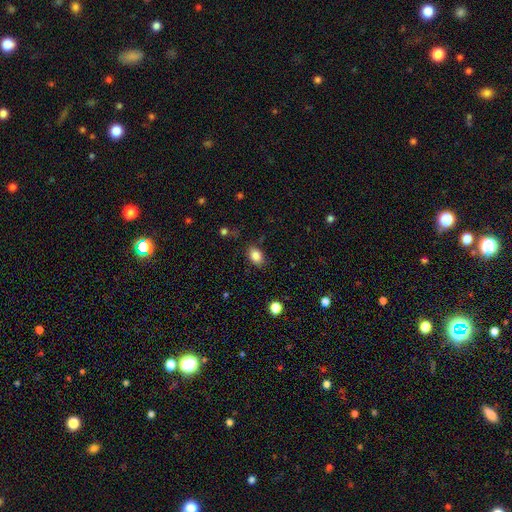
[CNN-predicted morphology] smooth_or_featured: smooth (p=0.85) [alt: star or artifact p=0.09]
how_rounded: in between (p=0.80) [alt: round p=0.19]
merging: none (p=0.82) [alt: minor disturbance p=0.13]